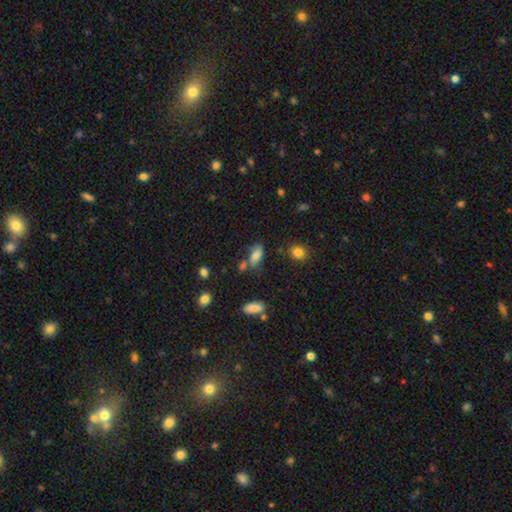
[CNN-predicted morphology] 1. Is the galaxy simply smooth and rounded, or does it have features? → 73% smooth, 16% featured or disk, 11% star or artifact.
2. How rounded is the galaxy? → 82% in between, 13% cigar-shaped, 5% round.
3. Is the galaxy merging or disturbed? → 47% none, 23% minor disturbance, 20% merger, 10% major disturbance.